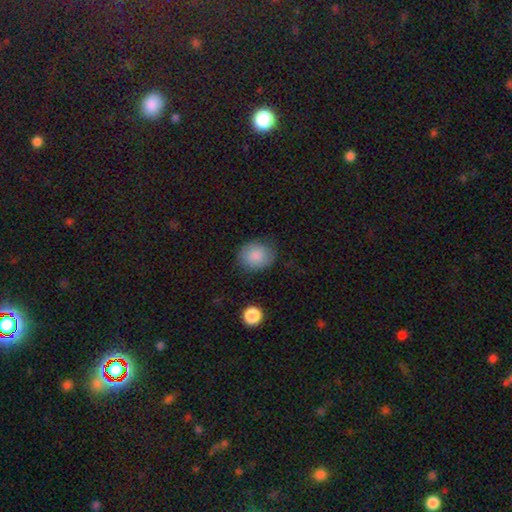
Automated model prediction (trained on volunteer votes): Q: Smooth or featured?
A: smooth (86%); runner-up: star or artifact (8%)
Q: How rounded?
A: round (66%); runner-up: in between (33%)
Q: Merging?
A: none (78%); runner-up: minor disturbance (16%)